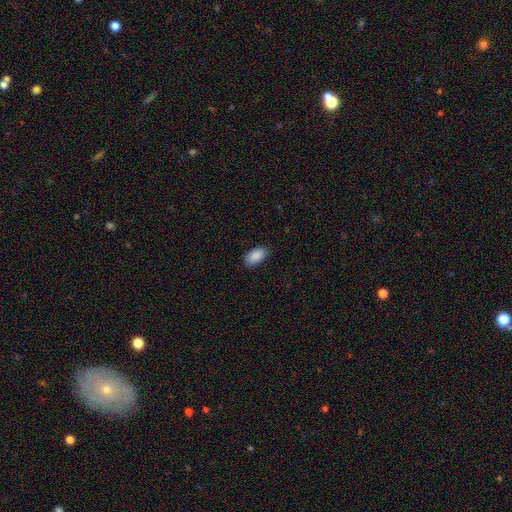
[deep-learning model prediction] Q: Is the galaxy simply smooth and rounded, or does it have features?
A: smooth — 90%.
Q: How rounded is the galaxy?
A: in between — 95%.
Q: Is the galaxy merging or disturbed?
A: none — 85%.